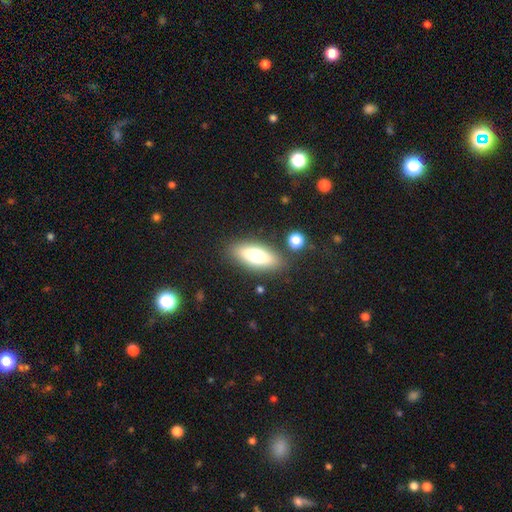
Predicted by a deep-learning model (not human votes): This is likely a smooth galaxy (67%). How rounded: likely in between (63%). Merging: clearly none (83%).